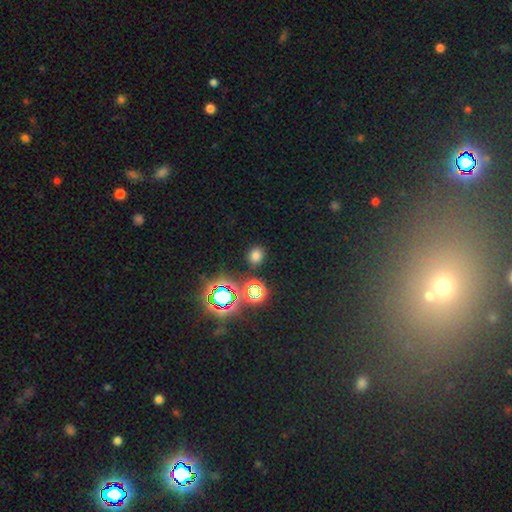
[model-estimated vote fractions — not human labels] Morphology: type=smooth (68%); roundness=round (69%); merging=none (87%).